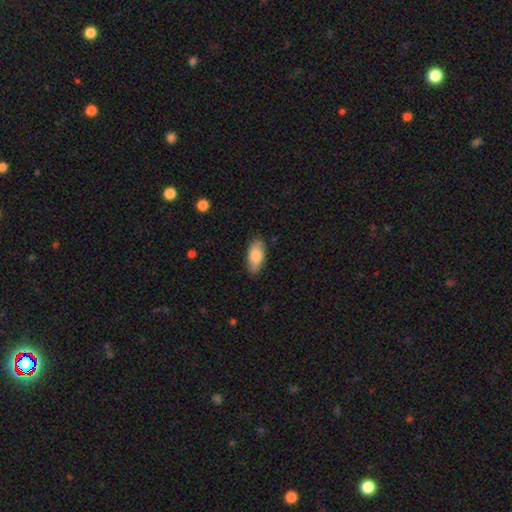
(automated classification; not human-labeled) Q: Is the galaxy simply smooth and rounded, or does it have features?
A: smooth — 81%.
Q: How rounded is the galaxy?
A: in between — 87%.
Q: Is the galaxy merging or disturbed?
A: none — 86%.